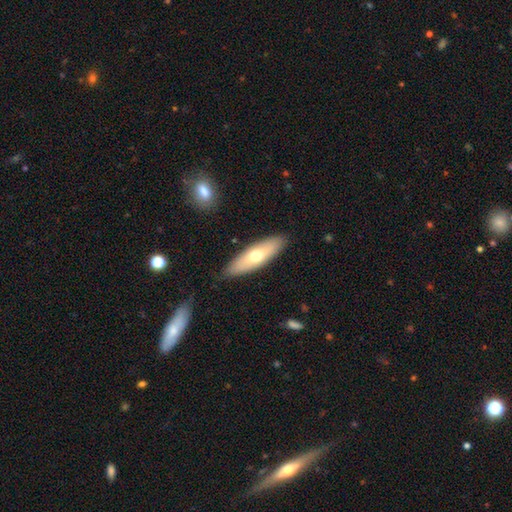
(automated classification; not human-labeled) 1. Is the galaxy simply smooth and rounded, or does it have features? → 61% smooth, 34% featured or disk, 6% star or artifact.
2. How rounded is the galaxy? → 50% cigar-shaped, 47% in between, 2% round.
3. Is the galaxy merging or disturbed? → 86% none, 11% minor disturbance, 2% major disturbance, 2% merger.